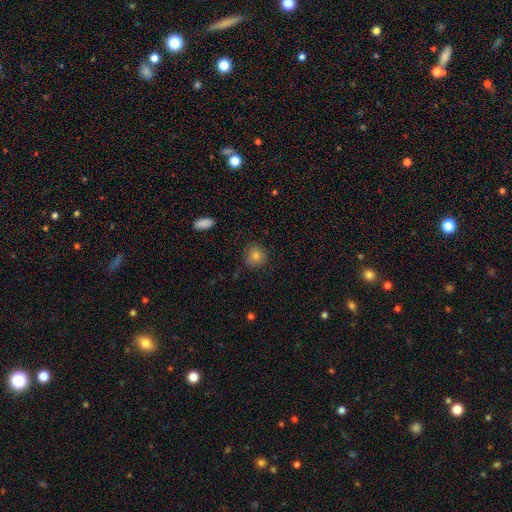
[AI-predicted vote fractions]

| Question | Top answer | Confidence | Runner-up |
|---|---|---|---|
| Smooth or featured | smooth | 76% | star or artifact (12%) |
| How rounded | round | 91% | in between (8%) |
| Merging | none | 85% | minor disturbance (11%) |